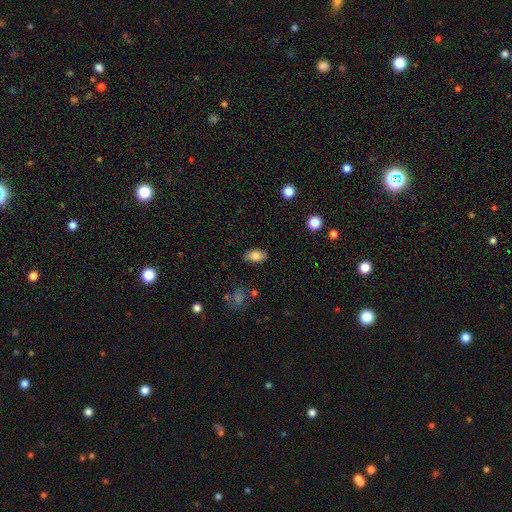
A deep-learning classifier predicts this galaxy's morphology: The model was most divided on "smooth or featured": smooth: 82%, featured or disk: 10%, star or artifact: 8%. More confident: how rounded — in between (92%); merging — none (86%).